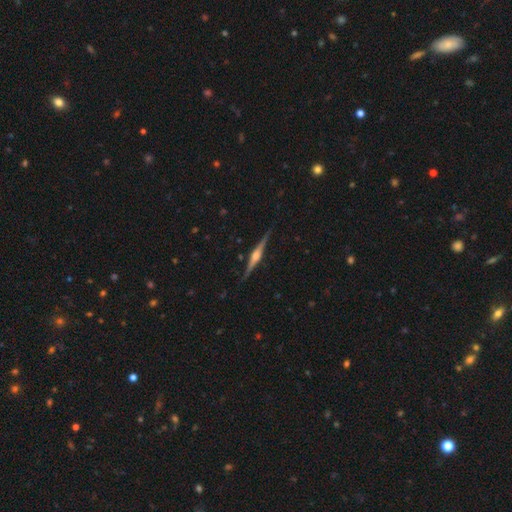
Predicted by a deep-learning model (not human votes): Smooth or featured?
  - featured or disk: 83% *
  - smooth: 12%
  - star or artifact: 5%
Edge-on disk?
  - yes: 98% *
  - no: 2%
Edge-on bulge?
  - rounded: 86% *
  - boxy: 10%
  - none: 3%
Merging?
  - none: 89% *
  - minor disturbance: 9%
  - major disturbance: 2%
  - merger: 1%